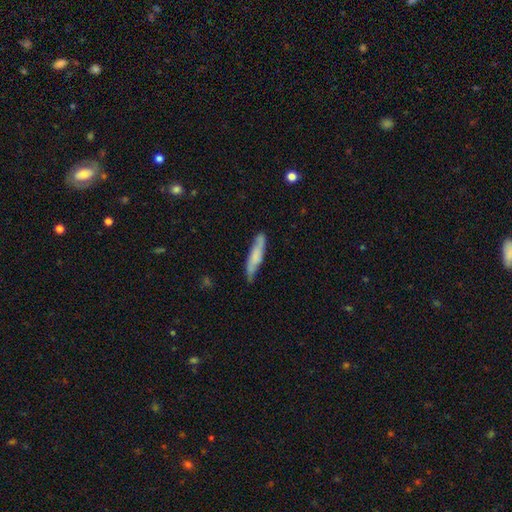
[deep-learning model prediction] smooth 60%, featured or disk 34%, star or artifact 6%. Down the decision tree: how rounded — cigar-shaped (87%); merging — none (74%).